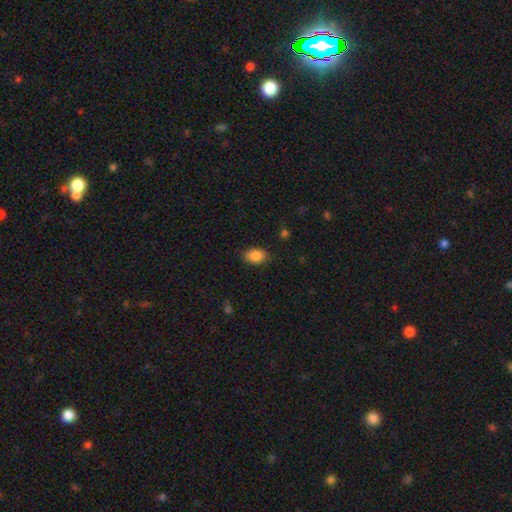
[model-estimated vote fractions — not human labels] Q: Smooth or featured?
A: smooth (85%); runner-up: star or artifact (8%)
Q: How rounded?
A: in between (85%); runner-up: round (13%)
Q: Merging?
A: none (85%); runner-up: minor disturbance (11%)